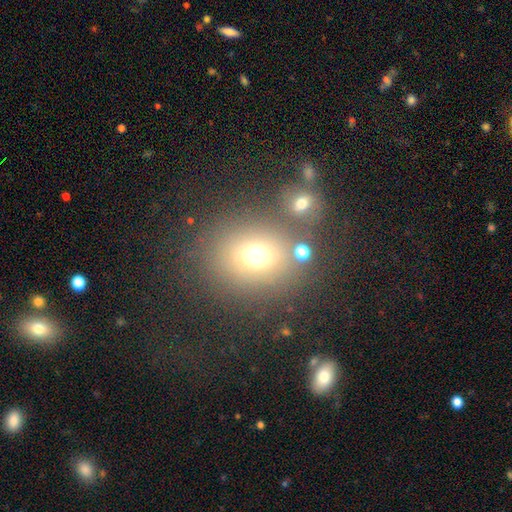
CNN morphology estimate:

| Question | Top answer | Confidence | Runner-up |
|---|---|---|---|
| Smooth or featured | smooth | 68% | star or artifact (19%) |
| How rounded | round | 70% | in between (29%) |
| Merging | none | 66% | merger (17%) |